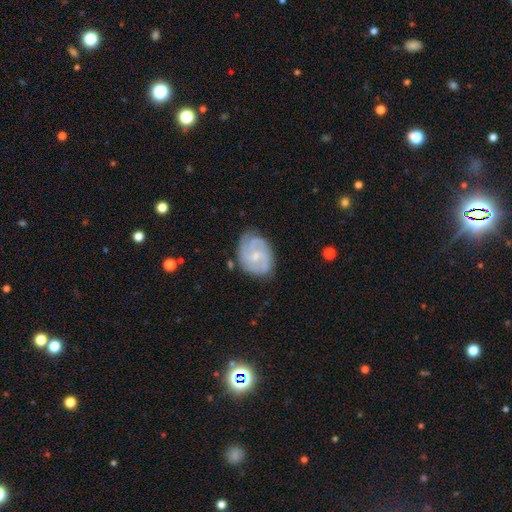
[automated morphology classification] Q: Smooth or featured?
A: featured or disk (78%); runner-up: smooth (16%)
Q: Edge-on disk?
A: no (97%); runner-up: yes (3%)
Q: Bar?
A: no (54%); runner-up: weak (40%)
Q: Spiral arms?
A: yes (93%); runner-up: no (7%)
Q: Spiral winding?
A: tight (50%); runner-up: medium (39%)
Q: Spiral arm count?
A: 3 (32%); runner-up: can't tell (26%)
Q: Bulge size?
A: small (63%); runner-up: moderate (30%)
Q: Merging?
A: none (72%); runner-up: minor disturbance (21%)